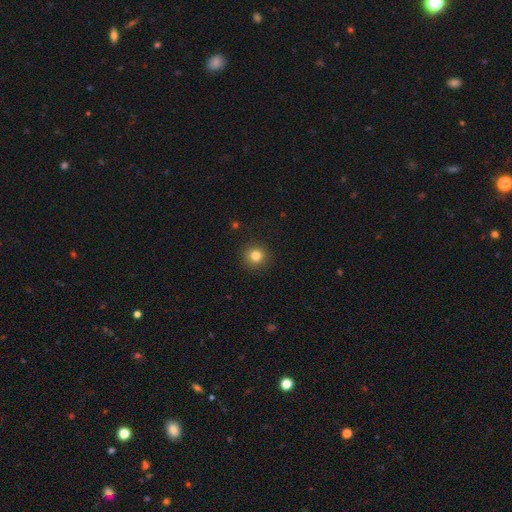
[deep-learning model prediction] Morphology: type=smooth (82%); roundness=round (94%); merging=none (92%).